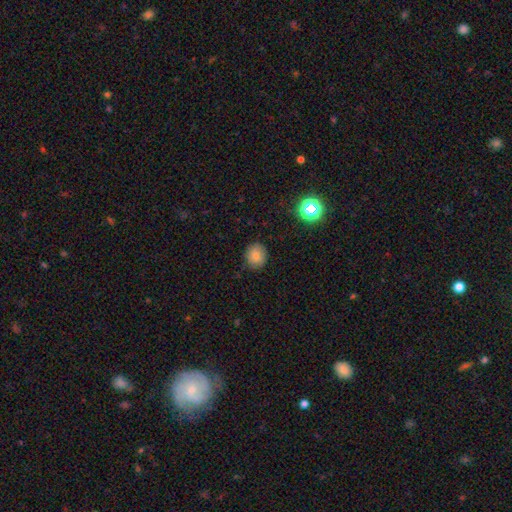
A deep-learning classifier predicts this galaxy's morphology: smooth_or_featured: smooth (p=0.82) [alt: star or artifact p=0.11]
how_rounded: round (p=0.75) [alt: in between p=0.24]
merging: none (p=0.86) [alt: minor disturbance p=0.11]